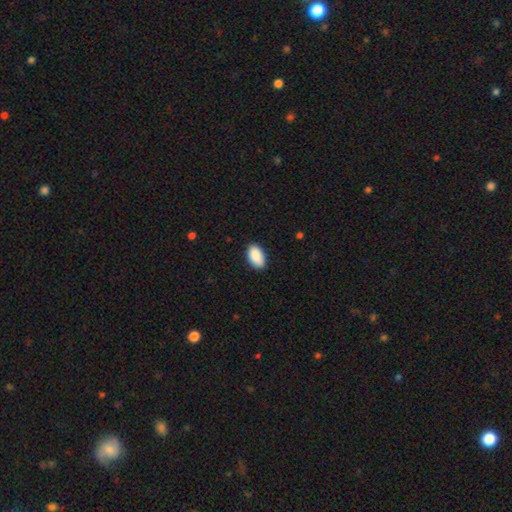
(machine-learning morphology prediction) type=smooth (91%); roundness=in between (95%); merging=none (87%).